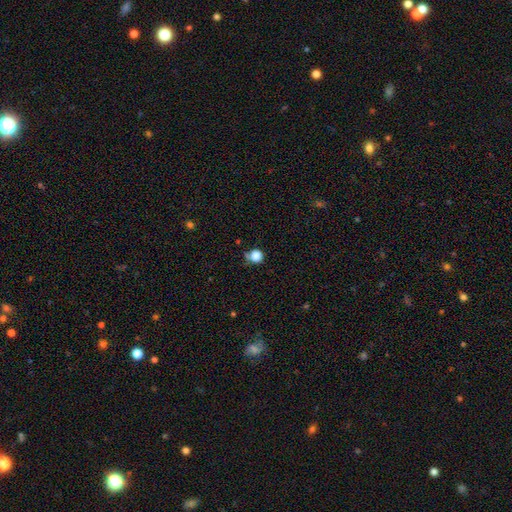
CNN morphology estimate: Smooth or featured? smooth (82%)
How rounded? round (89%)
Merging? none (67%)